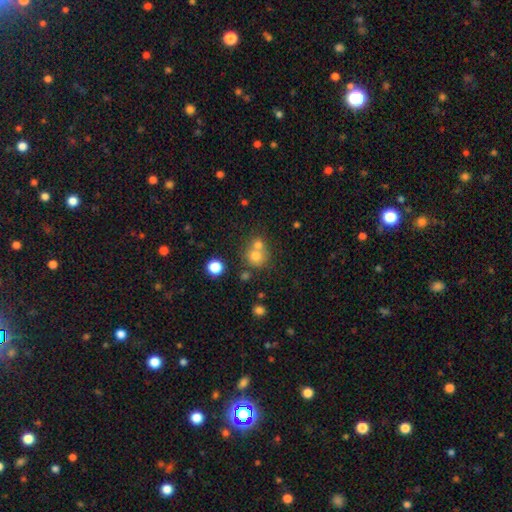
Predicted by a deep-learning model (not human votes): smooth-or-featured: smooth: 73% | star or artifact: 14% | featured or disk: 13%
  how-rounded: round: 85% | in between: 14% | cigar-shaped: 1%
  merging: merger: 47% | none: 44% | minor disturbance: 6% | major disturbance: 3%